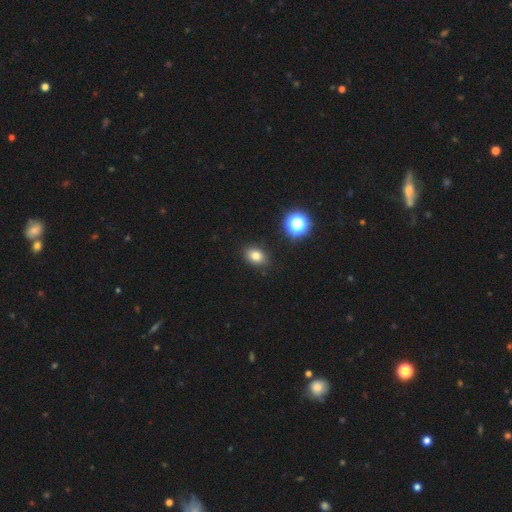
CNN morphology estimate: smooth-or-featured: smooth: 78% | star or artifact: 14% | featured or disk: 7%
  how-rounded: in between: 68% | round: 31% | cigar-shaped: 1%
  merging: none: 86% | minor disturbance: 9% | major disturbance: 2% | merger: 2%